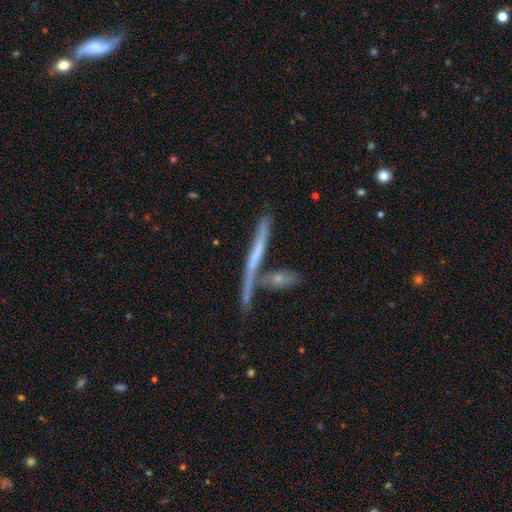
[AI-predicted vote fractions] Smooth or featured? featured or disk (54%)
Edge-on disk? yes (86%)
Merging? none (54%)